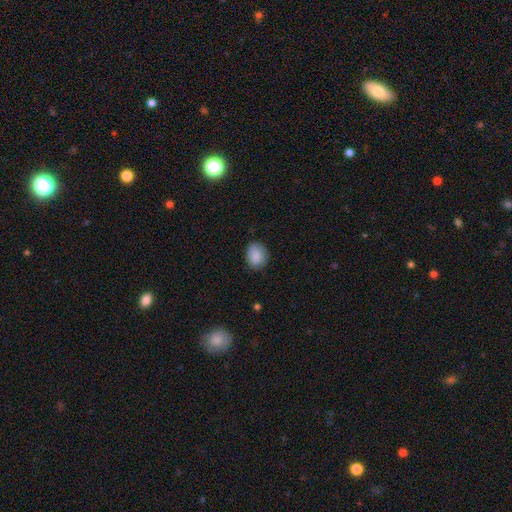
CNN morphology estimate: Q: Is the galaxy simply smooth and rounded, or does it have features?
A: smooth — 86%.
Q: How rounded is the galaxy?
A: round — 51%.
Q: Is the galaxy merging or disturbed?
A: none — 76%.